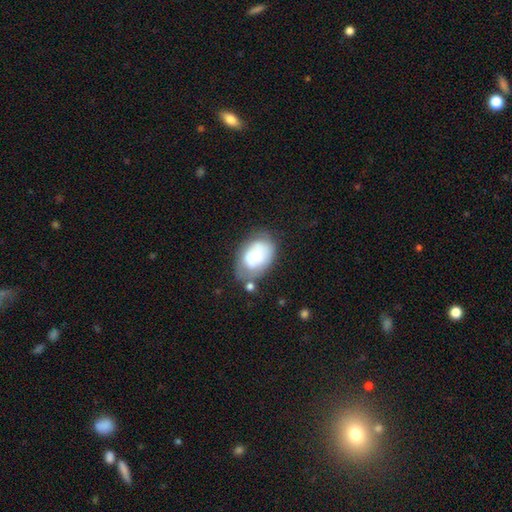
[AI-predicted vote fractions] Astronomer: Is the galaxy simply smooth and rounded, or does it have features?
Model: smooth — 58% (runner-up: featured or disk, 34%).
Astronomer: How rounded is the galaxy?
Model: in between — 82%.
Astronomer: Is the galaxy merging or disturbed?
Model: none — 40% (runner-up: minor disturbance, 29%).